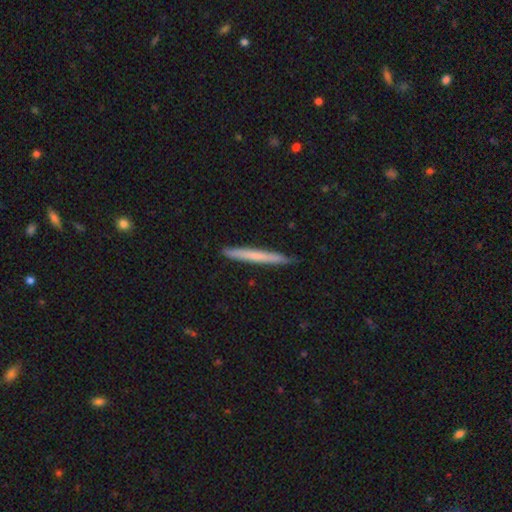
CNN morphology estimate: This is likely a smooth galaxy (65%). How rounded: clearly cigar-shaped (97%). Merging: clearly none (89%).